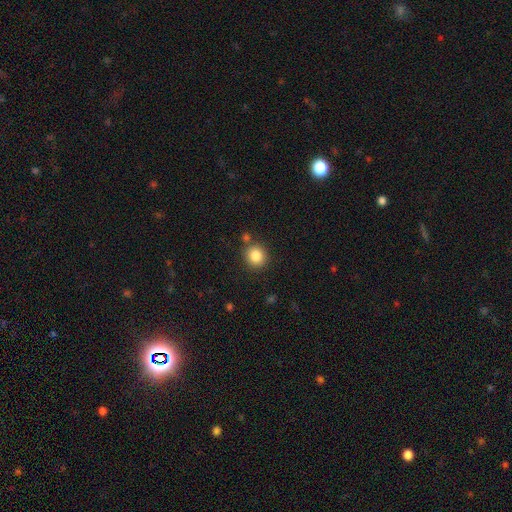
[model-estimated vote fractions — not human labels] smooth-or-featured: smooth: 85% | star or artifact: 10% | featured or disk: 5%
  how-rounded: round: 85% | in between: 14% | cigar-shaped: 1%
  merging: none: 81% | minor disturbance: 9% | merger: 7% | major disturbance: 3%